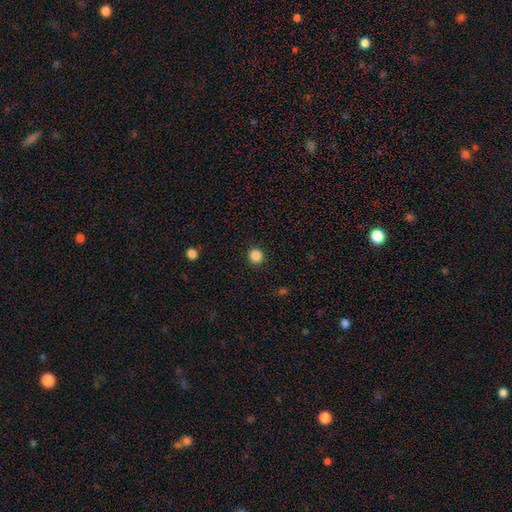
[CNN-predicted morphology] smooth 86%, star or artifact 11%, featured or disk 3%. Down the decision tree: how rounded — round (93%); merging — none (91%).